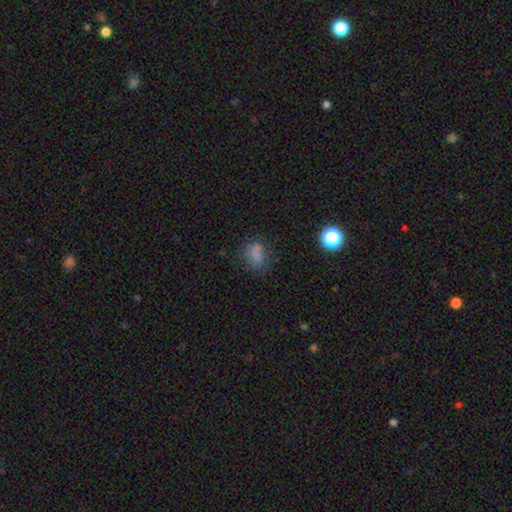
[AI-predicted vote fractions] A smooth galaxy with no disk features (65%) that is in between round and cigar-shaped (50%).

Vote fractions:
- Smooth or featured? smooth: 65% / star or artifact: 24% / featured or disk: 11%
- How rounded? in between: 50% / round: 47% / cigar-shaped: 2%
- Merging? none: 64% / minor disturbance: 19% / major disturbance: 9% / merger: 8%